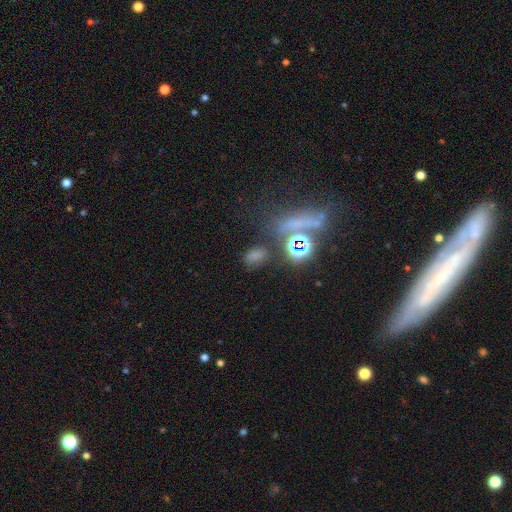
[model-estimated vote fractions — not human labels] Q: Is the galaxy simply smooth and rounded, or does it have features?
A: smooth — 63%.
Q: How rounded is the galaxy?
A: in between — 80%.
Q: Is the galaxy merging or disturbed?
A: none — 68%.